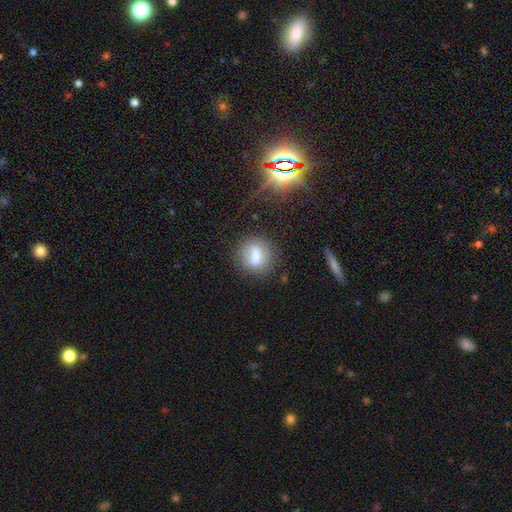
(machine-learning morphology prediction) Overall: smooth (69%). How rounded: round (65%; in between 31%). Merging: none (67%).